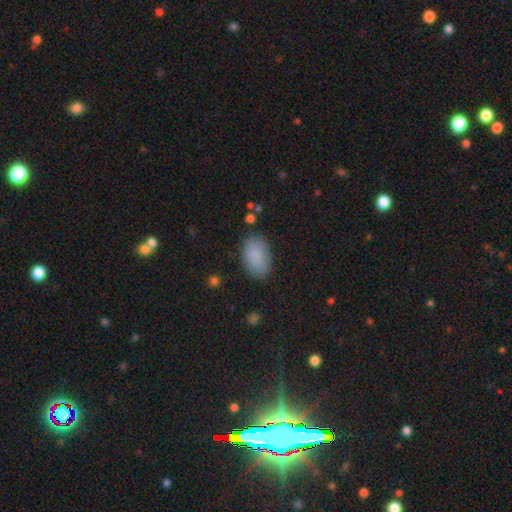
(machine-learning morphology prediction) smooth_or_featured: smooth (p=0.87) [alt: star or artifact p=0.07]
how_rounded: in between (p=0.92) [alt: round p=0.06]
merging: none (p=0.85) [alt: minor disturbance p=0.11]